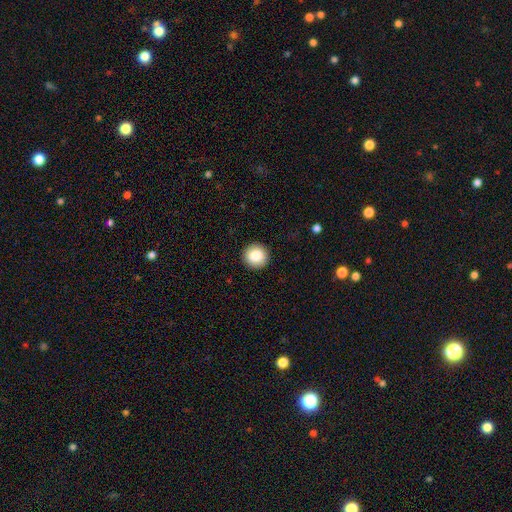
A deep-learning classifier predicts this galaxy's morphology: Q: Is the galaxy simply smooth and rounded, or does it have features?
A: smooth — 85%.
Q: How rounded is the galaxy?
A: round — 95%.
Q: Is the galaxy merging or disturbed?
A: none — 93%.